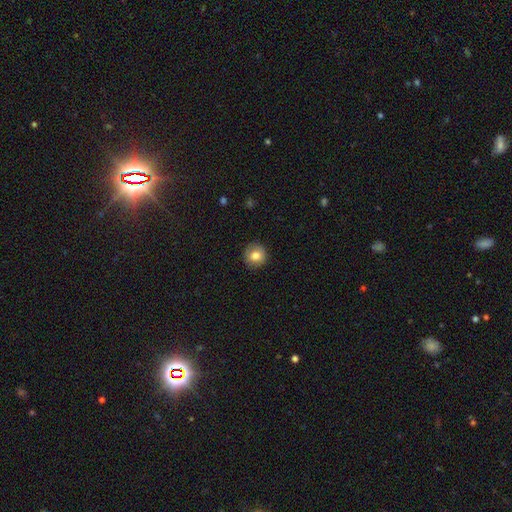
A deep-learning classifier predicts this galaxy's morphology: Smooth or featured: smooth — 82% (star or artifact — 9%)
How rounded: round — 92% (in between — 7%)
Merging: none — 89% (minor disturbance — 8%)